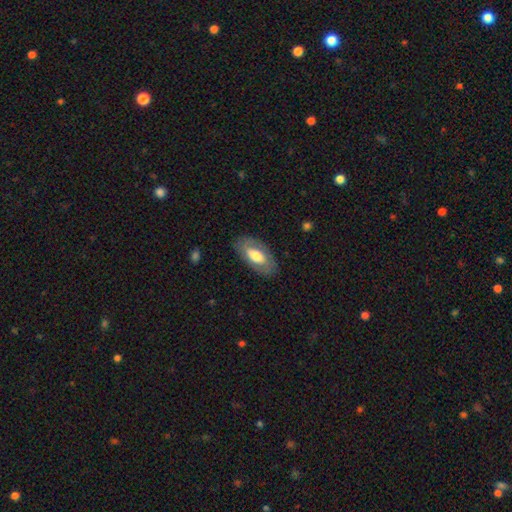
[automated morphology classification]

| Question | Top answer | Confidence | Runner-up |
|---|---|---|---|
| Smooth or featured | smooth | 52% | featured or disk (43%) |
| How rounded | in between | 91% | cigar-shaped (6%) |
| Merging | none | 82% | minor disturbance (13%) |